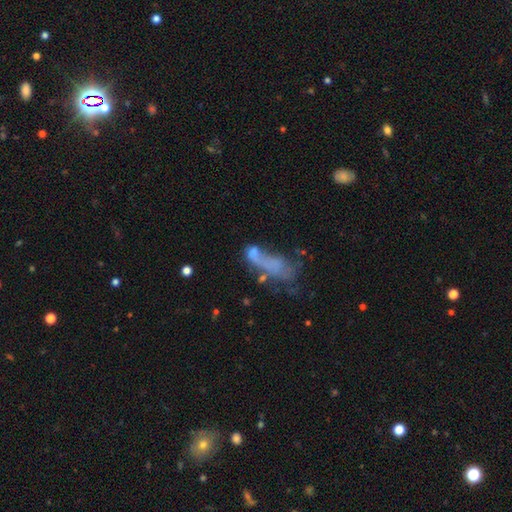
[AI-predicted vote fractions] This appears to be a smooth galaxy with no disk features (50%) that is in between round and cigar-shaped (67%). Merging: major disturbance (41%).